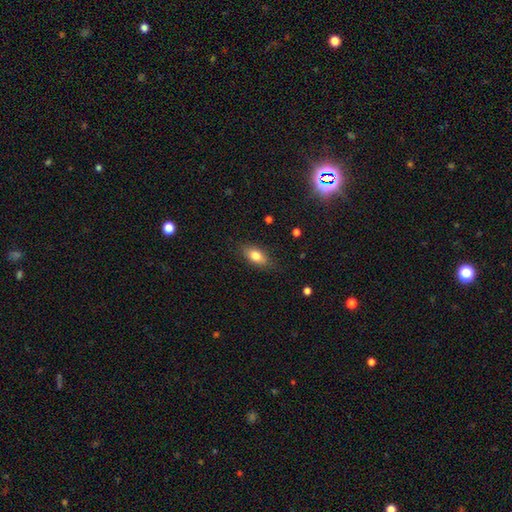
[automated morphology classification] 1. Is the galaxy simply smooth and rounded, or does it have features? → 79% smooth, 13% featured or disk, 8% star or artifact.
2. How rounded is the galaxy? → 85% in between, 9% cigar-shaped, 6% round.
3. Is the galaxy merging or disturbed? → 83% none, 13% minor disturbance, 3% major disturbance, 1% merger.